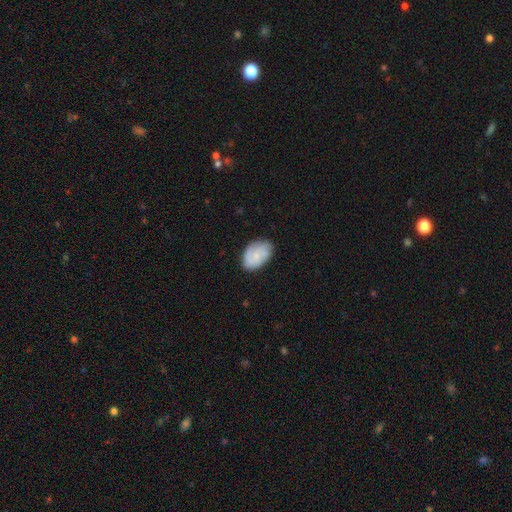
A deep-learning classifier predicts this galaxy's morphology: Smooth or featured: smooth — 49% (featured or disk — 44%)
Merging: none — 74% (minor disturbance — 20%)